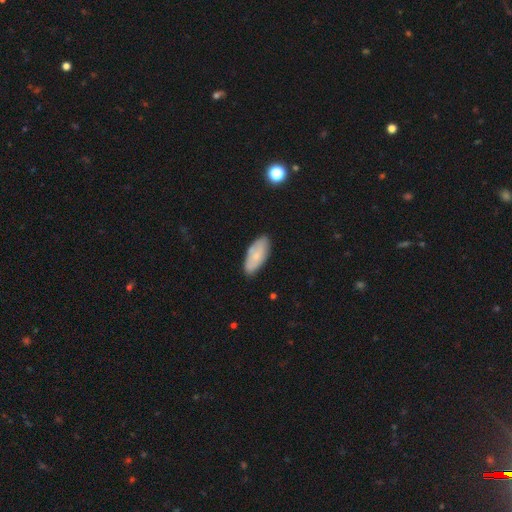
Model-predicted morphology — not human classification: The model was most divided on "smooth or featured": smooth: 68%, featured or disk: 26%, star or artifact: 6%. More confident: how rounded — in between (87%); merging — none (81%).